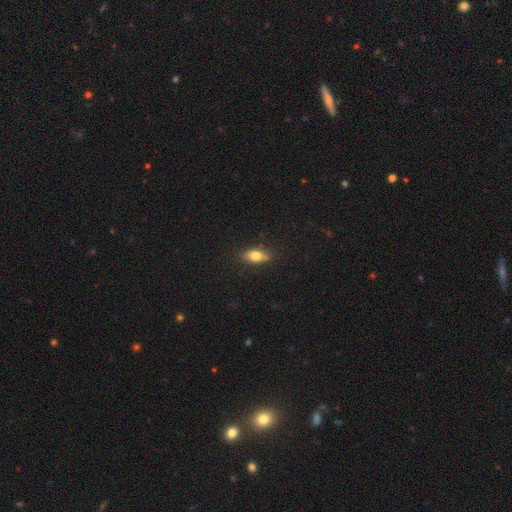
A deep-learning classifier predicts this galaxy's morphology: A smooth galaxy with no disk features (75%) that is in between round and cigar-shaped (81%).

Vote fractions:
- Smooth or featured? smooth: 75% / featured or disk: 17% / star or artifact: 8%
- How rounded? in between: 81% / cigar-shaped: 13% / round: 6%
- Merging? none: 80% / minor disturbance: 15% / major disturbance: 3% / merger: 2%